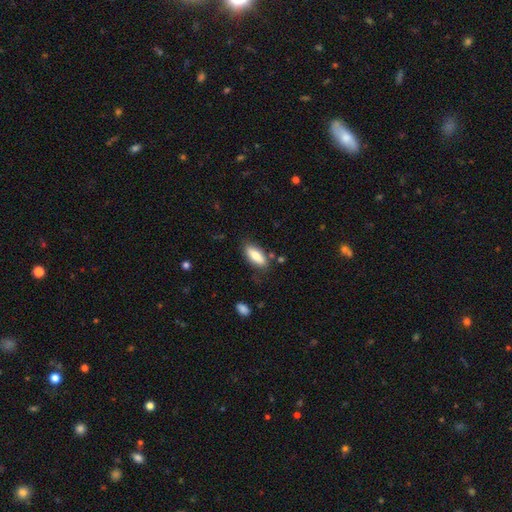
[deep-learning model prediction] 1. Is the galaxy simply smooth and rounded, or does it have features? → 77% smooth, 16% featured or disk, 6% star or artifact.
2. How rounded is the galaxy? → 75% in between, 23% cigar-shaped, 2% round.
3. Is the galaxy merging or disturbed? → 78% none, 15% minor disturbance, 3% major disturbance, 3% merger.